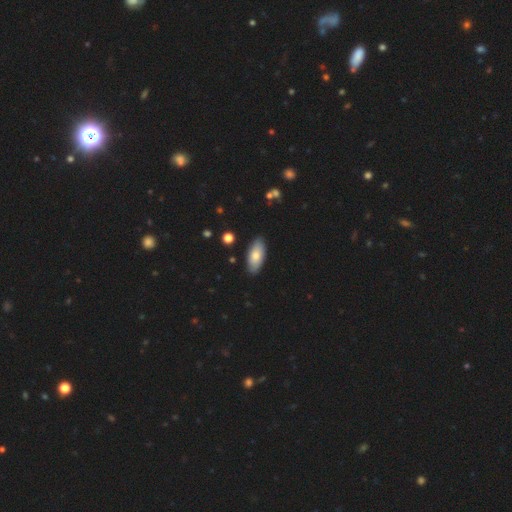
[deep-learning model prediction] Morphology: type=smooth (75%); roundness=in between (87%); merging=none (86%).